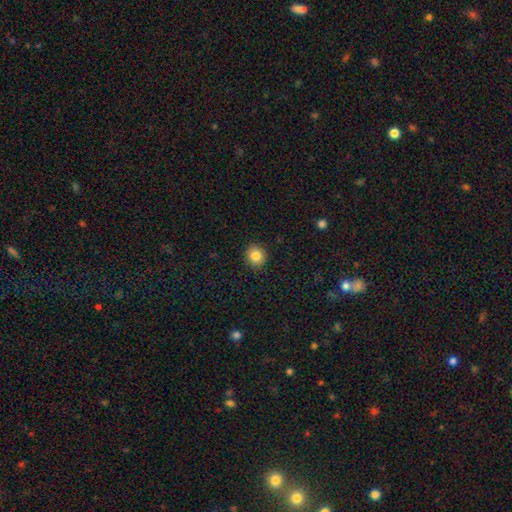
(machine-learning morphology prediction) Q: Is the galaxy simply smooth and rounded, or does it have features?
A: smooth — 83%.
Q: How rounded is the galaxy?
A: round — 89%.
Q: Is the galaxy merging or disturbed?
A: none — 92%.